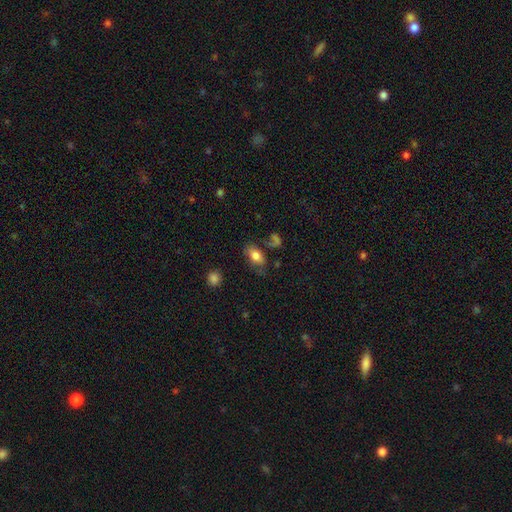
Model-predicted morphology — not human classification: Q: Smooth or featured?
A: smooth (73%); runner-up: featured or disk (19%)
Q: How rounded?
A: in between (88%); runner-up: round (9%)
Q: Merging?
A: none (59%); runner-up: minor disturbance (23%)